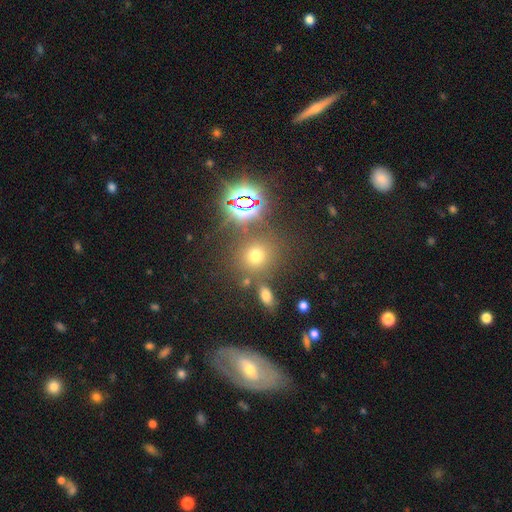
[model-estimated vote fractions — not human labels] Smooth or featured: smooth — 61% (star or artifact — 30%)
How rounded: round — 83% (in between — 15%)
Merging: none — 75% (merger — 11%)